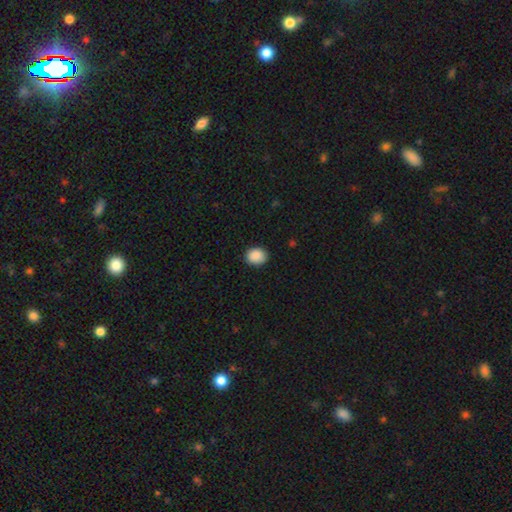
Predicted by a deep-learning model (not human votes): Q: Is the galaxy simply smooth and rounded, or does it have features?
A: smooth — 90%.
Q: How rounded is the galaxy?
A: round — 57%.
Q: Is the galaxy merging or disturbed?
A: none — 89%.